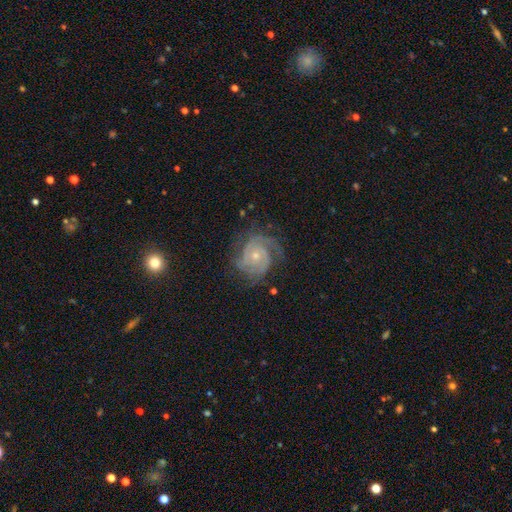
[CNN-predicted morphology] This is clearly a featured or disk galaxy (89%). It is clearly not viewed edge-on (98%). Bar: likely no (75%). Spiral arm pattern: clearly yes (98%). Spiral arm count: marginally 3 (36%). Spiral winding: likely tight (65%). Central bulge: likely small (66%). Merging: likely none (70%).